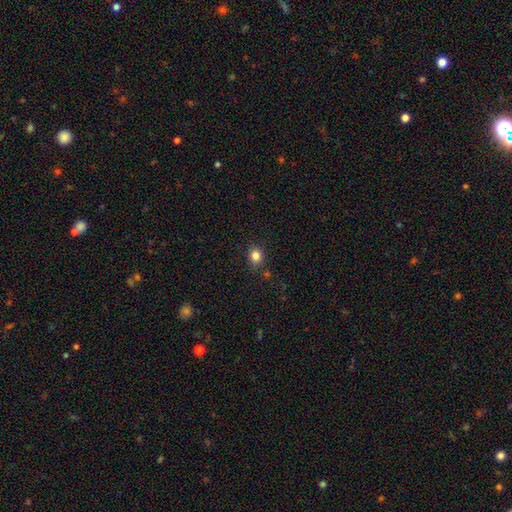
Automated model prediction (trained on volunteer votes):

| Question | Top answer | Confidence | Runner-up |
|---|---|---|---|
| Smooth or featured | smooth | 83% | star or artifact (12%) |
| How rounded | round | 67% | in between (32%) |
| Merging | none | 84% | minor disturbance (11%) |